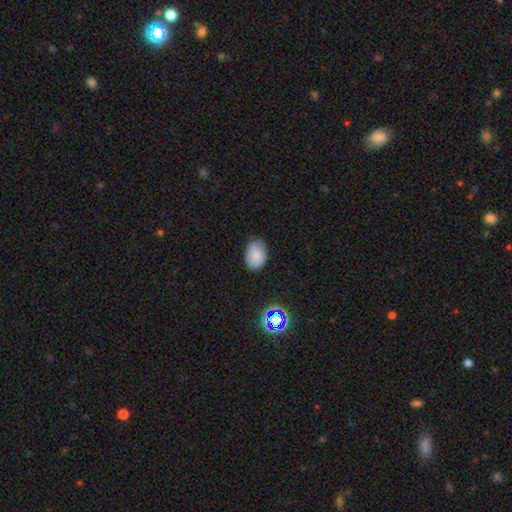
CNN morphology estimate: Smooth or featured?
  - smooth: 80% *
  - star or artifact: 11%
  - featured or disk: 9%
How rounded?
  - in between: 77% *
  - round: 22%
  - cigar-shaped: 1%
Merging?
  - none: 72% *
  - minor disturbance: 22%
  - major disturbance: 4%
  - merger: 1%